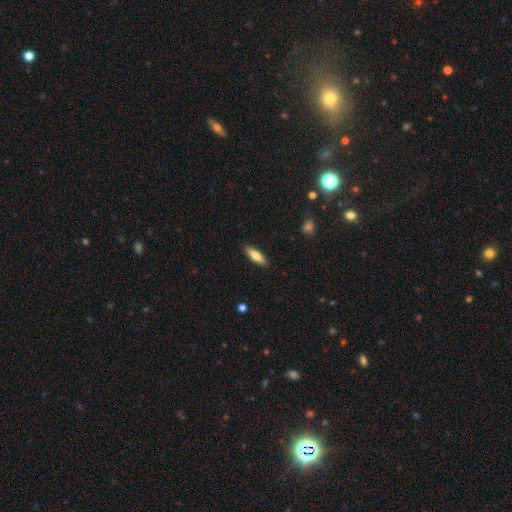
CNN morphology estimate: smooth 70%, featured or disk 24%, star or artifact 6%. Down the decision tree: how rounded — cigar-shaped (53%); merging — none (89%).